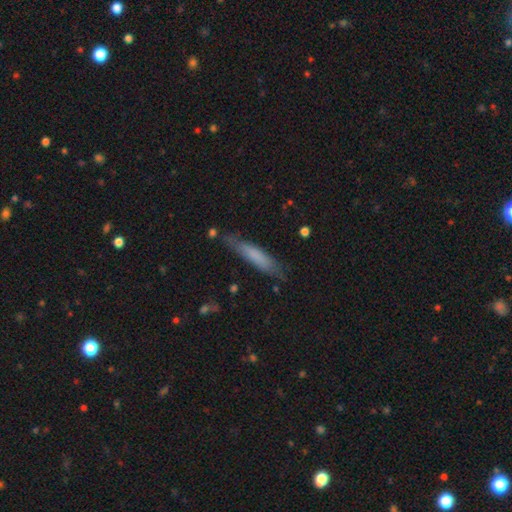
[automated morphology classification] A smooth galaxy with no disk features (68%) that is cigar-shaped (87%). Merging: none (74%).